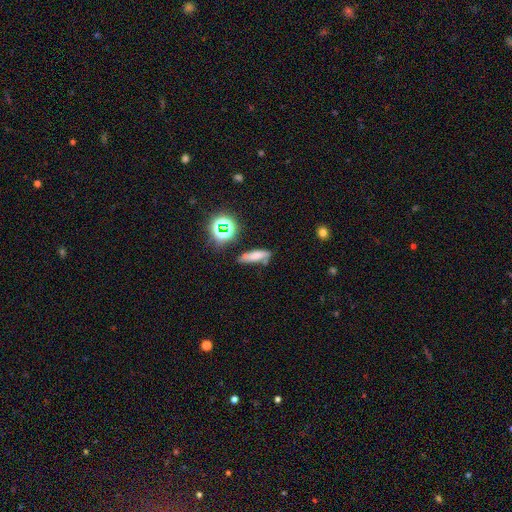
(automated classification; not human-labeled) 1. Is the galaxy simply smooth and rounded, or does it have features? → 63% smooth, 19% featured or disk, 18% star or artifact.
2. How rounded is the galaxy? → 55% cigar-shaped, 38% in between, 6% round.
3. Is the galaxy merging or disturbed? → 63% none, 22% minor disturbance, 8% merger, 7% major disturbance.